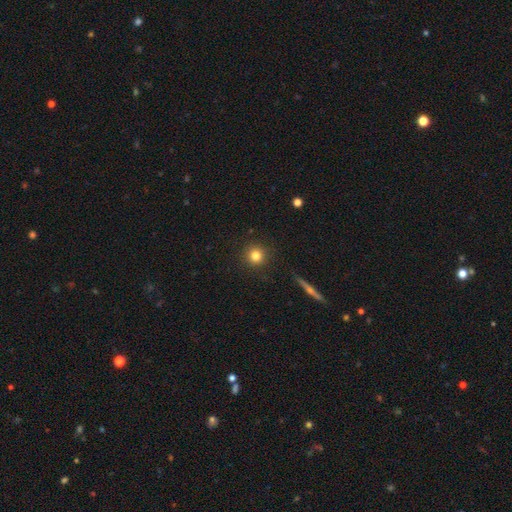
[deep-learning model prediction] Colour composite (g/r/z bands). It shows a smooth galaxy with no disk features (81%) that is round (94%). Merging: none (91%).